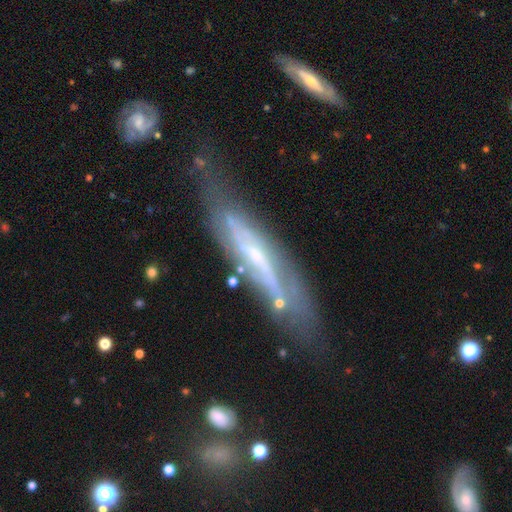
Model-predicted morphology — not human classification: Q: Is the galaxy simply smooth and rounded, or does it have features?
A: featured or disk — 75%.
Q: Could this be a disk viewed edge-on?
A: no — 51%.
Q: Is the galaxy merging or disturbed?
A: none — 59%.